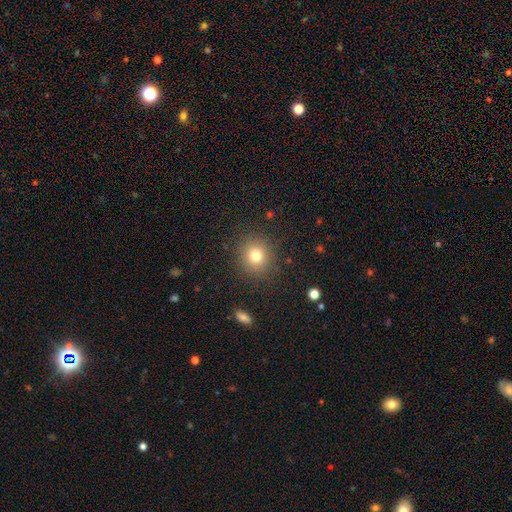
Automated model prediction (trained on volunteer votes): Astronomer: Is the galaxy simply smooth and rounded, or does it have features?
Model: smooth — 78%.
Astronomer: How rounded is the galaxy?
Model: round — 87%.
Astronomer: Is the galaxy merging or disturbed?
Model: none — 88%.